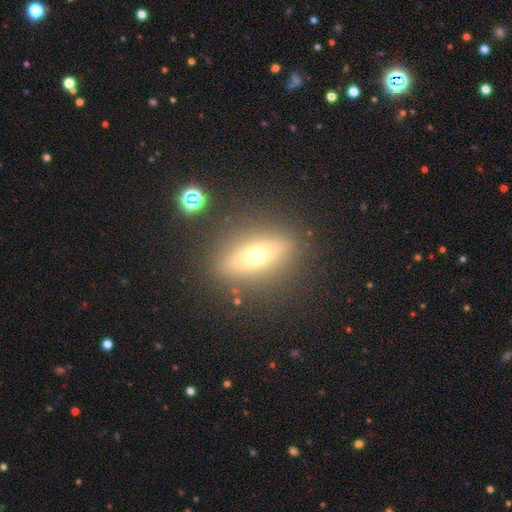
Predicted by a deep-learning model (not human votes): A smooth galaxy with no disk features (47%).

Vote fractions:
- Smooth or featured? smooth: 47% / featured or disk: 40% / star or artifact: 12%
- Merging? none: 84% / minor disturbance: 9% / major disturbance: 4% / merger: 2%